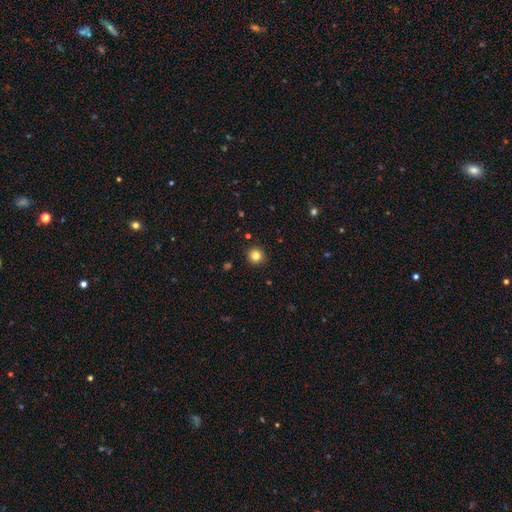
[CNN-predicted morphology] smooth-or-featured: smooth: 82% | star or artifact: 12% | featured or disk: 6%
  how-rounded: round: 93% | in between: 6% | cigar-shaped: 1%
  merging: none: 92% | minor disturbance: 5% | major disturbance: 2% | merger: 1%